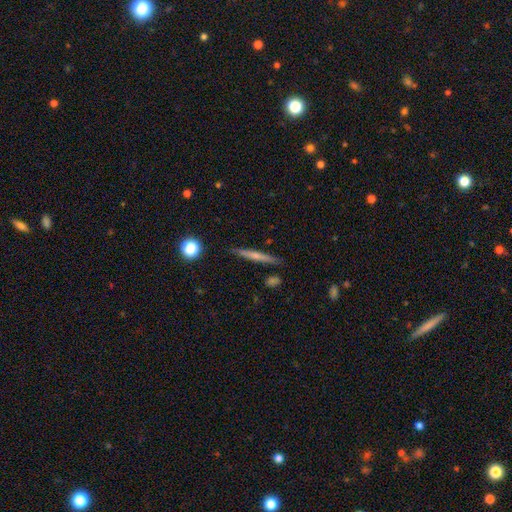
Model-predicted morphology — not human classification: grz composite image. It shows a smooth galaxy with no disk features (48%). Merging: none (88%).